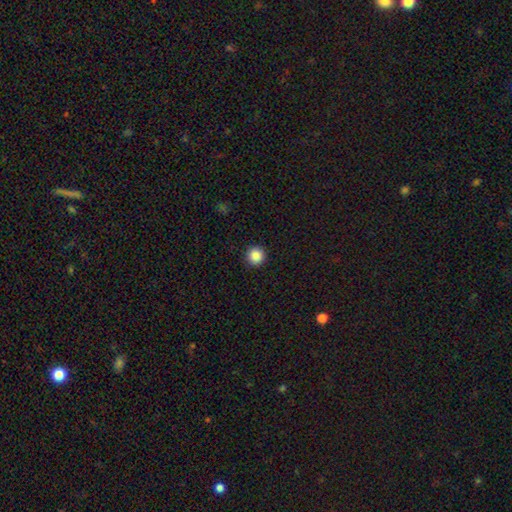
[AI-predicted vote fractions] A smooth galaxy with no disk features (88%) that is round (95%).

Vote fractions:
- Smooth or featured? smooth: 88% / star or artifact: 9% / featured or disk: 3%
- How rounded? round: 95% / in between: 4% / cigar-shaped: 1%
- Merging? none: 93% / minor disturbance: 5% / major disturbance: 2% / merger: 1%